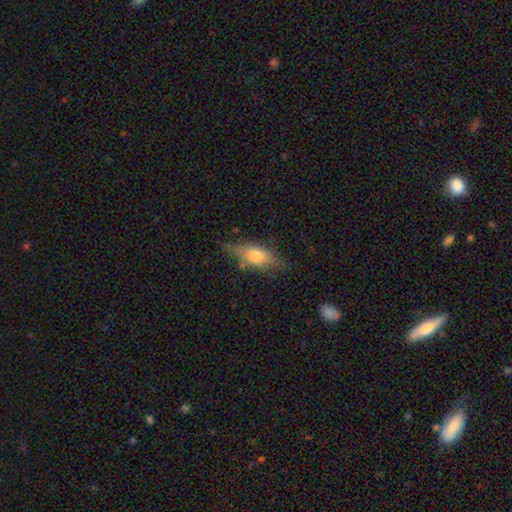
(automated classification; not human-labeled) smooth-or-featured: smooth: 60% | featured or disk: 32% | star or artifact: 8%
  how-rounded: in between: 66% | cigar-shaped: 29% | round: 4%
  merging: none: 69% | minor disturbance: 22% | major disturbance: 6% | merger: 3%